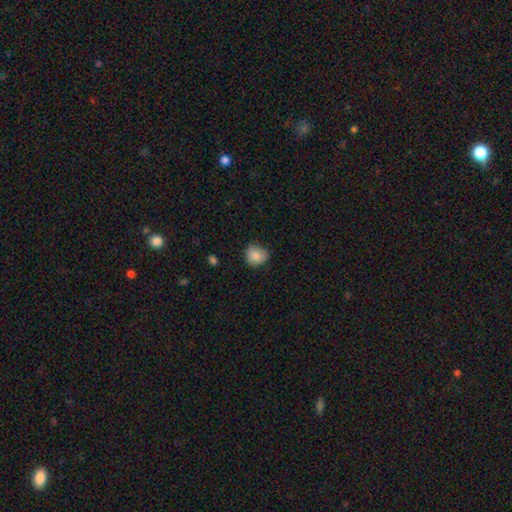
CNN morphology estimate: smooth_or_featured: smooth (p=0.83) [alt: featured or disk p=0.09]
how_rounded: round (p=0.75) [alt: in between p=0.24]
merging: none (p=0.69) [alt: minor disturbance p=0.25]